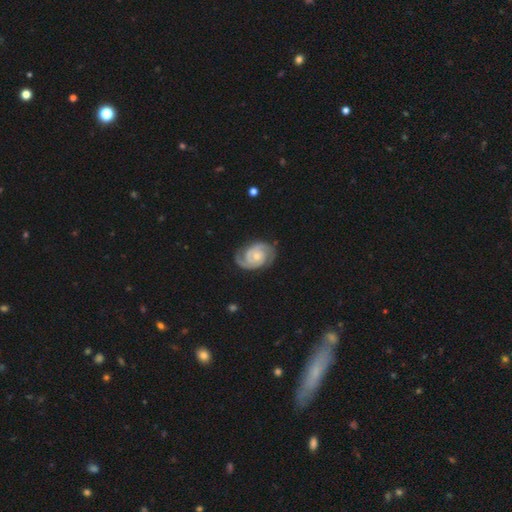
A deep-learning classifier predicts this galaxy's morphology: Smooth or featured? Predicted: featured or disk (p=0.90). Edge-on disk? Predicted: no (p=0.98). Bar? Predicted: no (p=0.67). Spiral arms? Predicted: yes (p=0.98). Spiral winding? Predicted: tight (p=0.60). Spiral arm count? Predicted: 2 (p=0.84). Bulge size? Predicted: small (p=0.51). Merging? Predicted: none (p=0.77).